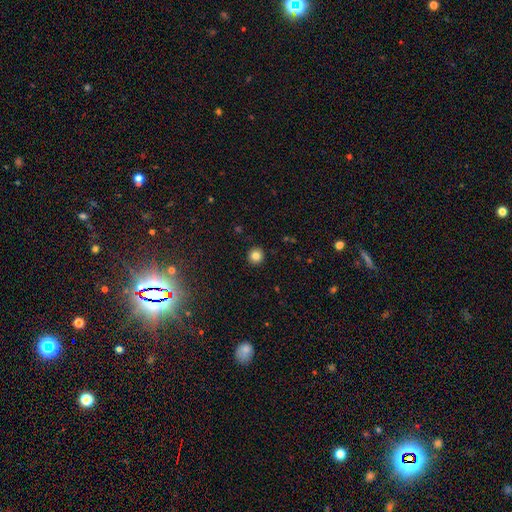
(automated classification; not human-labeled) Overall: smooth (83%). How rounded: round (93%). Merging: none (92%).